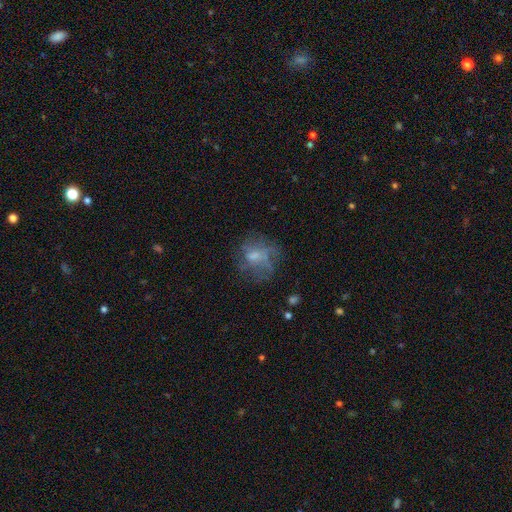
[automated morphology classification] Smooth or featured?
  - featured or disk: 44% *
  - smooth: 40%
  - star or artifact: 16%
Merging?
  - none: 51% *
  - major disturbance: 27%
  - minor disturbance: 19%
  - merger: 3%